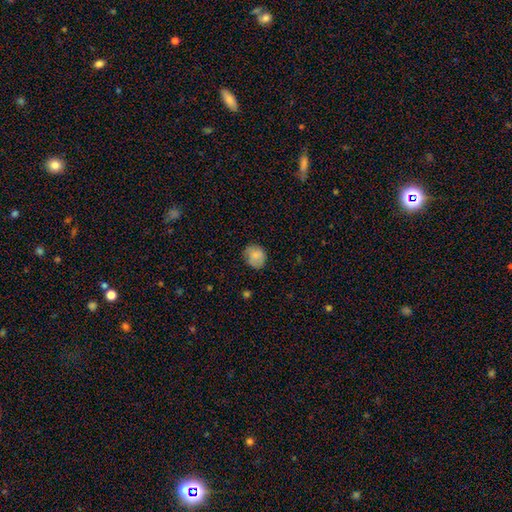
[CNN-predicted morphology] This is likely a smooth galaxy (79%). How rounded: likely round (67%). Merging: likely none (71%).